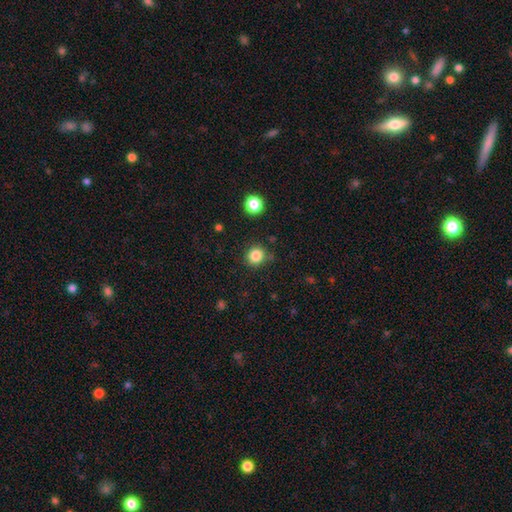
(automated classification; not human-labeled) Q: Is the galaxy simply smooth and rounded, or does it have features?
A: smooth — 84%.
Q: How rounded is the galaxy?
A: round — 87%.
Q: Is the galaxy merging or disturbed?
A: none — 83%.